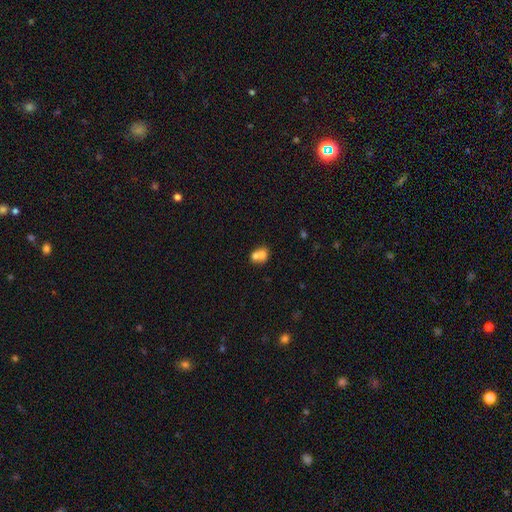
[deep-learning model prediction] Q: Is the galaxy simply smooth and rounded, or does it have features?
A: smooth — 68%.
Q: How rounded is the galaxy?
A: round — 61%.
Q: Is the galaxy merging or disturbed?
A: merger — 68%.